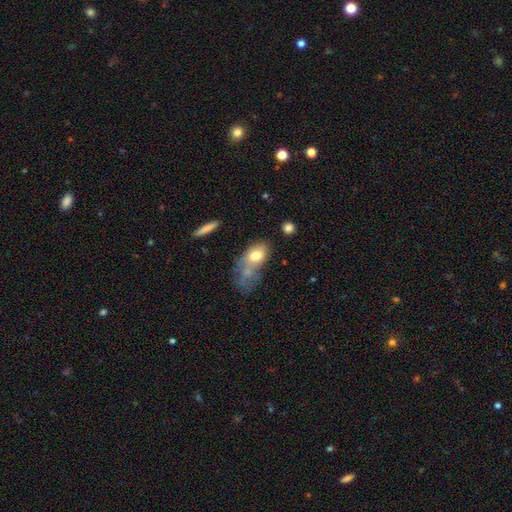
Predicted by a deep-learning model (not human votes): Smooth or featured?
  - smooth: 70% *
  - featured or disk: 21%
  - star or artifact: 9%
How rounded?
  - in between: 82% *
  - round: 13%
  - cigar-shaped: 5%
Merging?
  - merger: 30% *
  - major disturbance: 27%
  - none: 23%
  - minor disturbance: 21%